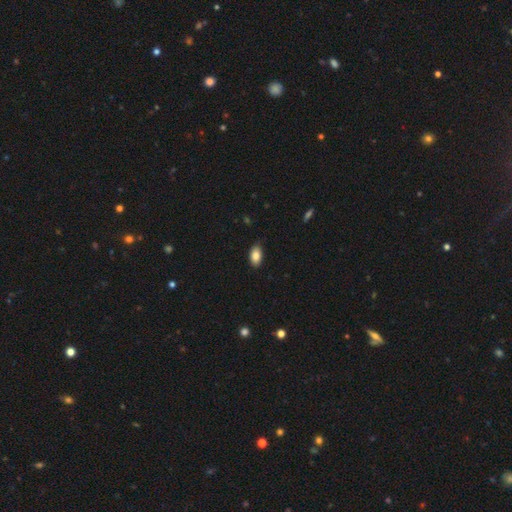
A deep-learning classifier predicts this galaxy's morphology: Smooth or featured: smooth — 86% (star or artifact — 8%)
How rounded: in between — 93% (round — 5%)
Merging: none — 82% (minor disturbance — 15%)